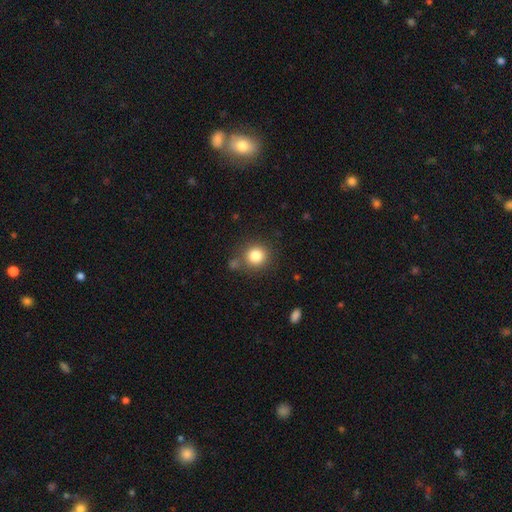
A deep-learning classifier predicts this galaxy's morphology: smooth 82%, star or artifact 11%, featured or disk 7%. Down the decision tree: how rounded — round (89%); merging — none (77%).